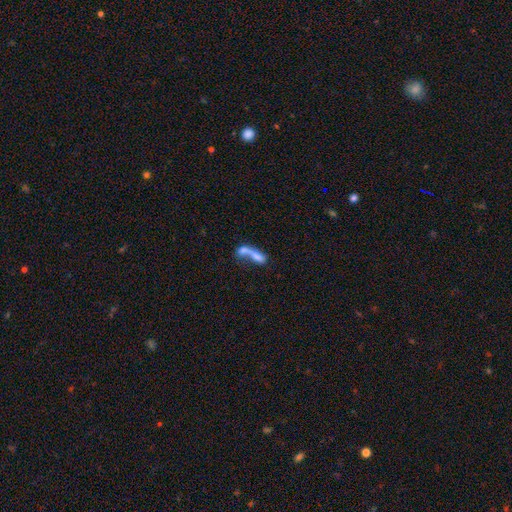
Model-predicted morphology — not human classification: type=smooth (61%); roundness=cigar-shaped (47%); merging=merger (58%).